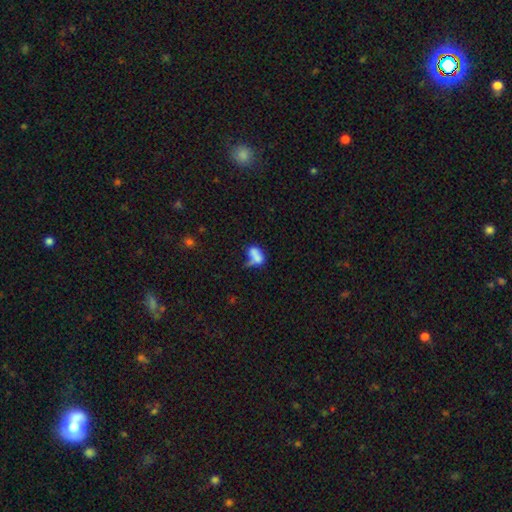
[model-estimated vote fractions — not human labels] Morphology: type=smooth (69%); roundness=in between (82%); merging=merger (45%).